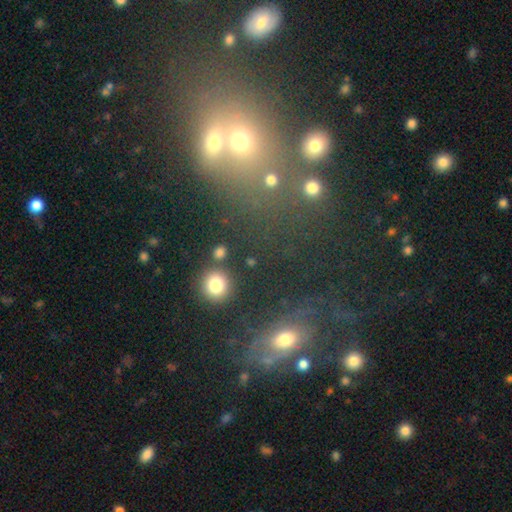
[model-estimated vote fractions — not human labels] A smooth galaxy with no disk features (44%).

Vote fractions:
- Smooth or featured? smooth: 44% / star or artifact: 40% / featured or disk: 16%
- Merging? none: 54% / merger: 28% / minor disturbance: 11% / major disturbance: 7%